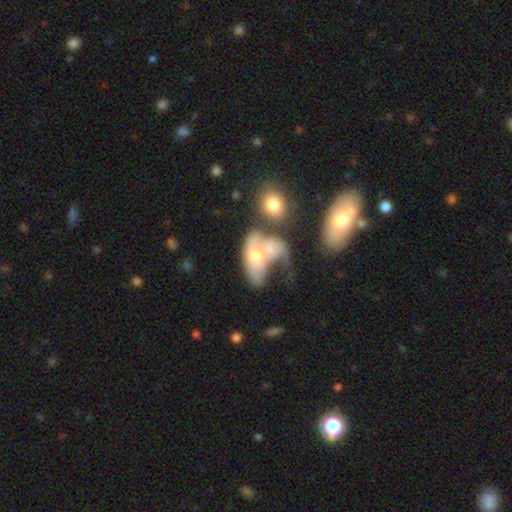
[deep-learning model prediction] Overall: smooth (46%; featured or disk 45%). Merging: merger (67%).